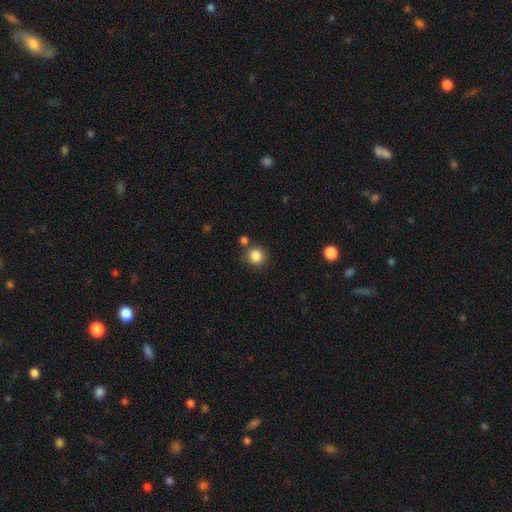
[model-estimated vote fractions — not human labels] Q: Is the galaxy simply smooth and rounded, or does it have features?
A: smooth — 86%.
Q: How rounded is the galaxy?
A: round — 89%.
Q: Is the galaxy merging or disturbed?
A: none — 78%.